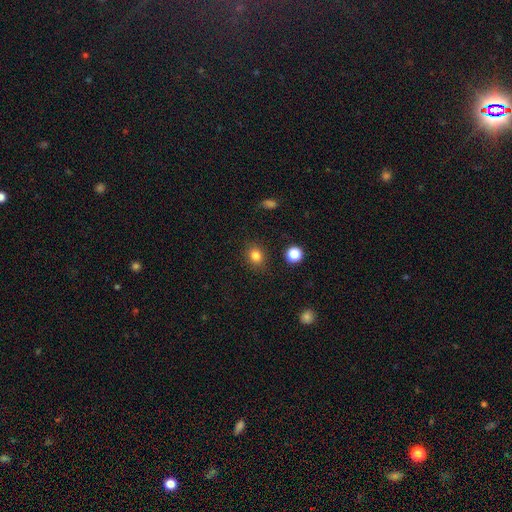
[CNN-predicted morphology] smooth 82%, star or artifact 13%, featured or disk 6%. Down the decision tree: how rounded — round (65%); merging — none (86%).